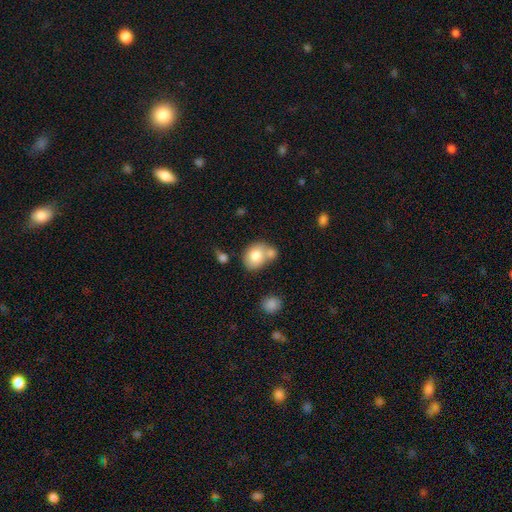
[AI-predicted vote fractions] Smooth or featured?
  - smooth: 78% *
  - featured or disk: 14%
  - star or artifact: 8%
How rounded?
  - round: 54% *
  - in between: 45%
  - cigar-shaped: 1%
Merging?
  - none: 41% * (tied)
  - merger: 41% * (tied)
  - minor disturbance: 13%
  - major disturbance: 5%